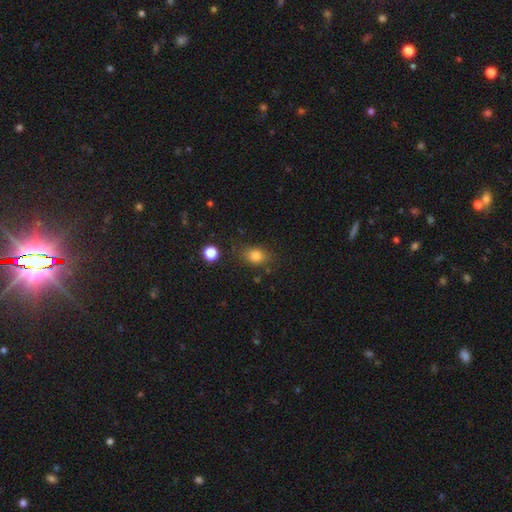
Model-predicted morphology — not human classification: Smooth or featured? smooth (81%)
How rounded? in between (61%)
Merging? none (77%)